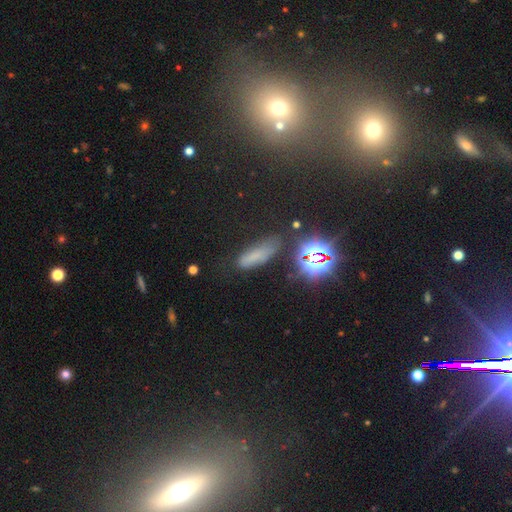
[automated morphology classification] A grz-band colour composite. It shows a smooth galaxy with no disk features (52%) that is cigar-shaped (51%). Merging: none (69%).